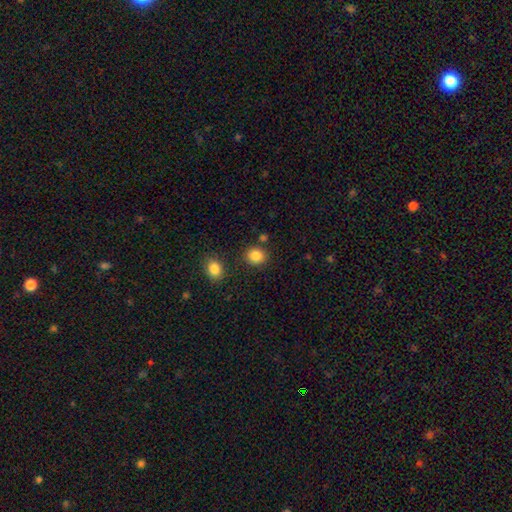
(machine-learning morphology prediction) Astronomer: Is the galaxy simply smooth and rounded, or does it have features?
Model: smooth — 86%.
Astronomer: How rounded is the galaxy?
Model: round — 80%.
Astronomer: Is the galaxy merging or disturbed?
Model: none — 84%.